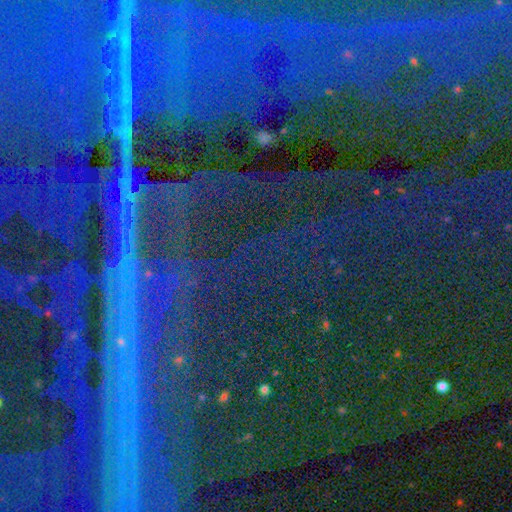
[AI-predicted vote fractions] smooth-or-featured: star or artifact: 88% | featured or disk: 6% | smooth: 5%